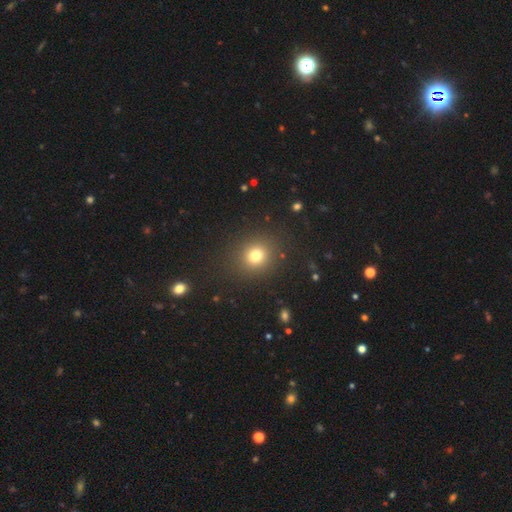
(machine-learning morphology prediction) Overall: smooth (76%). How rounded: round (82%). Merging: none (88%).